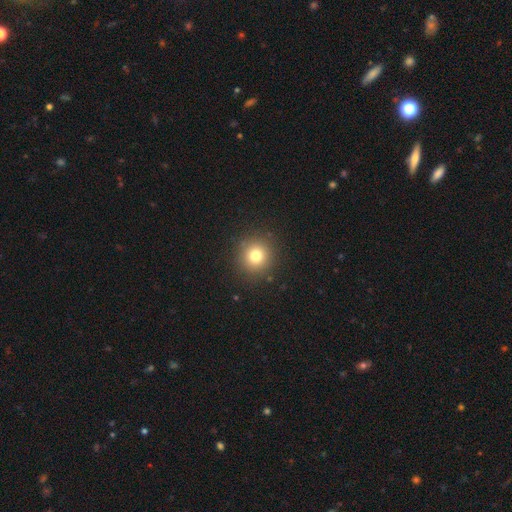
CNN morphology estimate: smooth-or-featured: smooth: 77% | star or artifact: 14% | featured or disk: 8%
  how-rounded: round: 93% | in between: 6% | cigar-shaped: 1%
  merging: none: 90% | minor disturbance: 6% | major disturbance: 3% | merger: 1%